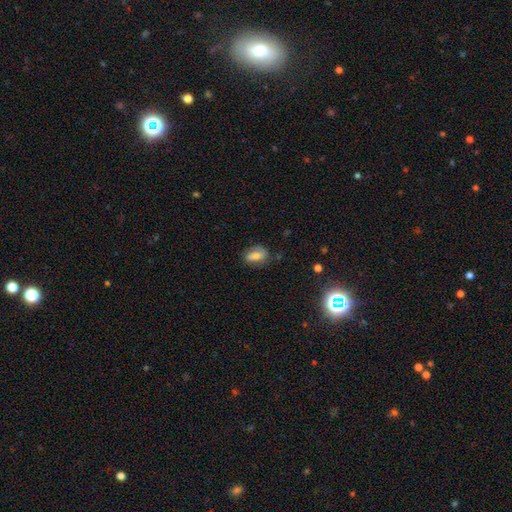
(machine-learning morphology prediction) Q: Smooth or featured?
A: smooth (64%); runner-up: featured or disk (26%)
Q: How rounded?
A: in between (81%); runner-up: round (14%)
Q: Merging?
A: none (67%); runner-up: minor disturbance (24%)